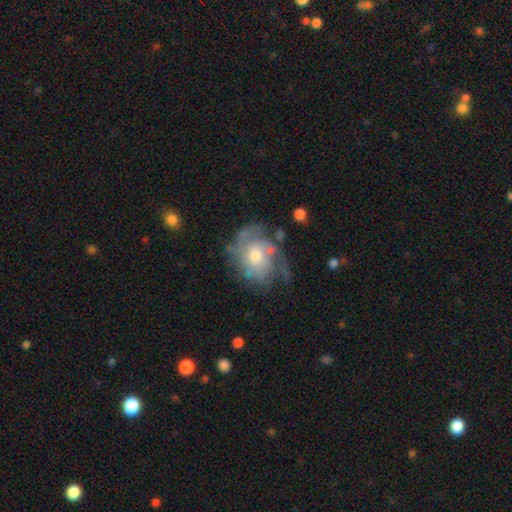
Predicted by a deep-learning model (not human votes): smooth-or-featured: featured or disk: 60% | smooth: 33% | star or artifact: 8%
  disk-edge-on: no: 97% | yes: 3%
    bar: no: 81% | weak: 17% | strong: 2%
    has-spiral-arms: yes: 65% | no: 35%
    bulge-size: moderate: 65% | small: 21% | large: 10% | none: 2% | dominant: 1%
  merging: none: 47% | minor disturbance: 28% | major disturbance: 22% | merger: 3%